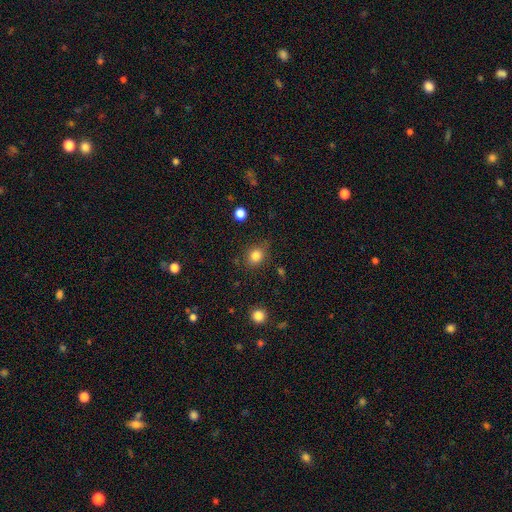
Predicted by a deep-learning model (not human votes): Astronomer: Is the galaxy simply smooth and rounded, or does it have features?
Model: smooth — 83%.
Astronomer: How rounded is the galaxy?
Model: round — 78%.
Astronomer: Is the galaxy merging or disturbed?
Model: none — 80%.